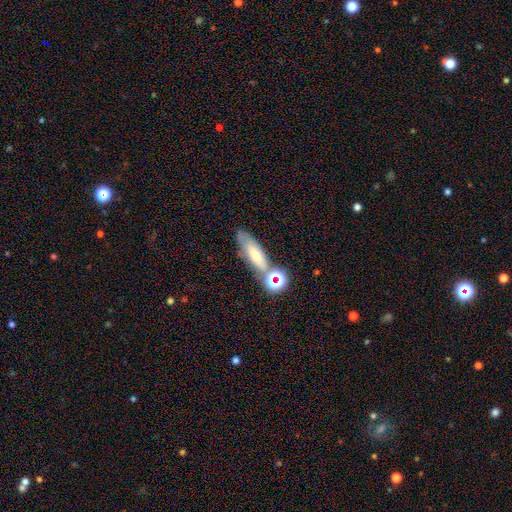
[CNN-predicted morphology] A smooth galaxy with no disk features (54%) that is in between round and cigar-shaped (51%). Merging: none (58%).